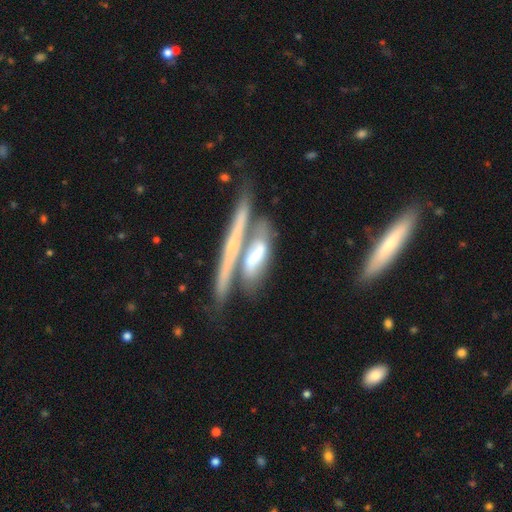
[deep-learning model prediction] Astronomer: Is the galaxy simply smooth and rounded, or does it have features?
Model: smooth — 47% (runner-up: featured or disk, 46%).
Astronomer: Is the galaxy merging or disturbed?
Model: merger — 39% (runner-up: none, 38%).